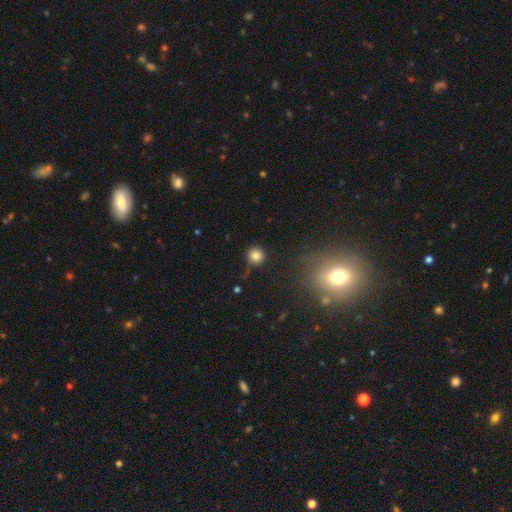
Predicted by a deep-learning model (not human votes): A smooth galaxy with no disk features (82%) that is round (95%). Merging: none (83%).